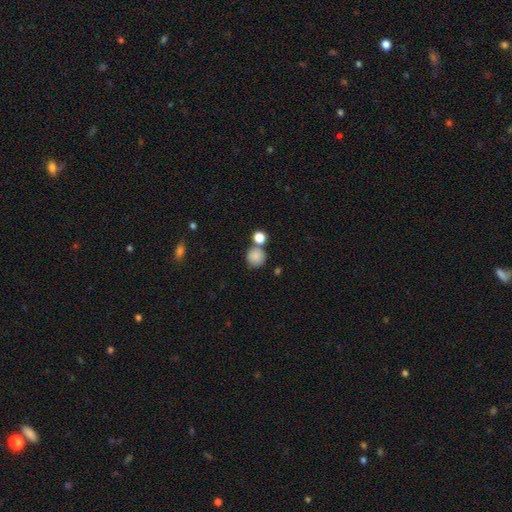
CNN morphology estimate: The model was most divided on "merging": none: 63%, merger: 23%, minor disturbance: 11%, major disturbance: 4%. More confident: how rounded — round (90%); smooth or featured — smooth (85%).